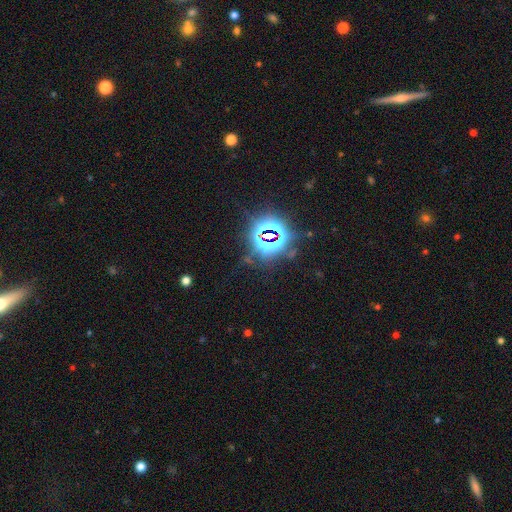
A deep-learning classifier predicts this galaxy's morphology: smooth-or-featured: star or artifact: 82% | smooth: 10% | featured or disk: 8%